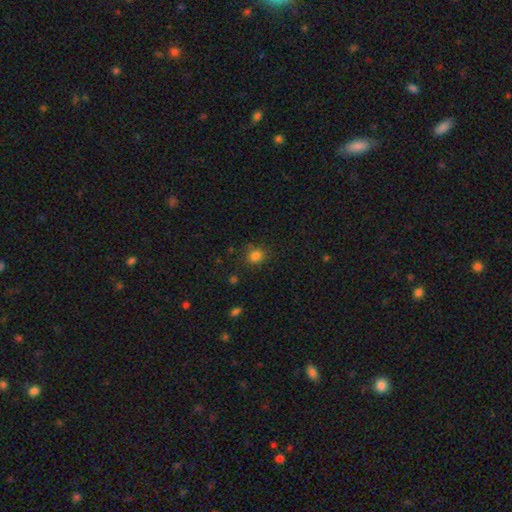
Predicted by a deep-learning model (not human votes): smooth-or-featured: smooth: 80% | star or artifact: 14% | featured or disk: 5%
  how-rounded: round: 69% | in between: 30% | cigar-shaped: 1%
  merging: none: 72% | minor disturbance: 19% | major disturbance: 6% | merger: 3%